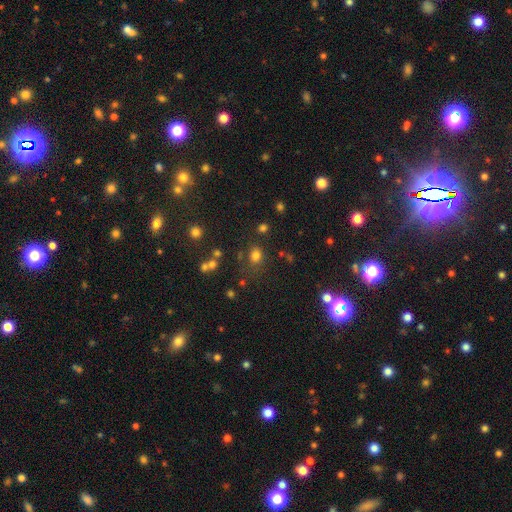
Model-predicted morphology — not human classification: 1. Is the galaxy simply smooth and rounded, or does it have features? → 74% smooth, 19% star or artifact, 6% featured or disk.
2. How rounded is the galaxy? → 50% round, 48% in between, 1% cigar-shaped.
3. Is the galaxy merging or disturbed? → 71% none, 15% minor disturbance, 8% merger, 7% major disturbance.